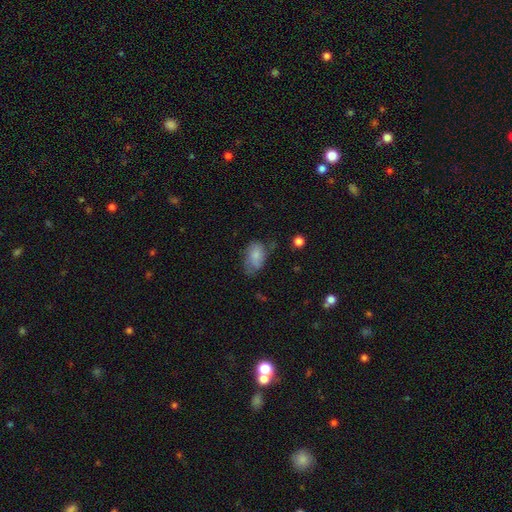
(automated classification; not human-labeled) Smooth or featured? smooth (74%)
How rounded? in between (90%)
Merging? none (43%)